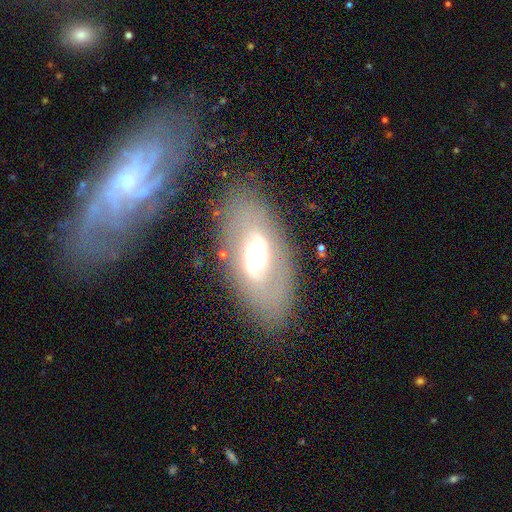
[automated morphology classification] smooth_or_featured: featured or disk (p=0.55) [alt: smooth p=0.35]
disk_edge_on: no (p=0.84) [alt: yes p=0.16]
merging: none (p=0.80) [alt: minor disturbance p=0.12]